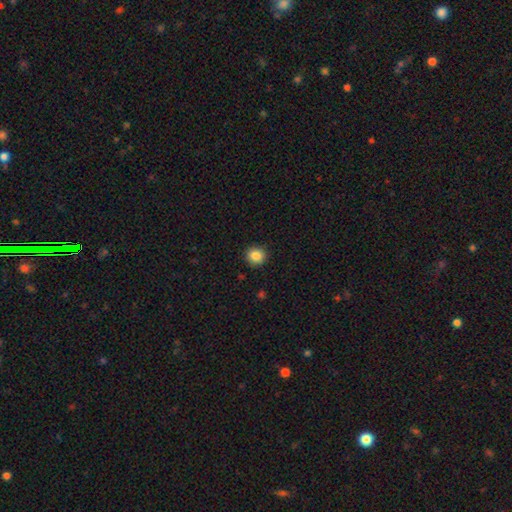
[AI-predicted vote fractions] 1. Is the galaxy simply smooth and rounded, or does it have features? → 86% smooth, 10% star or artifact, 4% featured or disk.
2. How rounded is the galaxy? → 91% round, 8% in between, 1% cigar-shaped.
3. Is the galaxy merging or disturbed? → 91% none, 6% minor disturbance, 2% major disturbance, 1% merger.